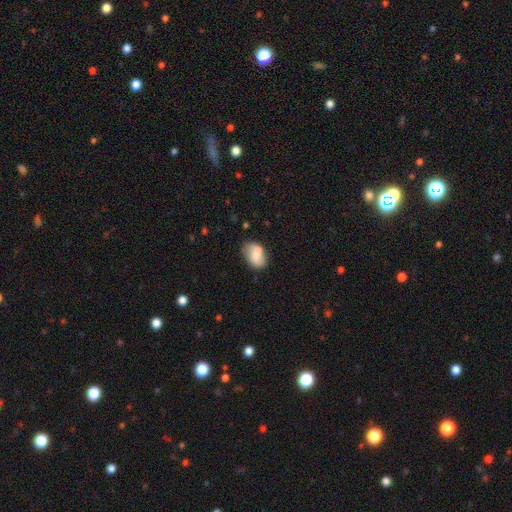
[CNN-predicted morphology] This is likely a smooth galaxy (73%). How rounded: clearly in between (84%). Merging: possibly none (50%).